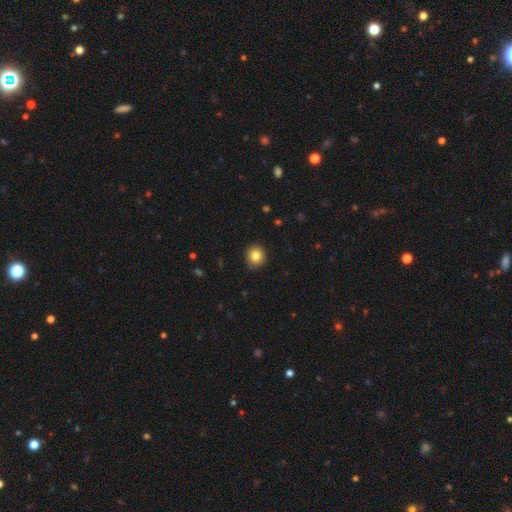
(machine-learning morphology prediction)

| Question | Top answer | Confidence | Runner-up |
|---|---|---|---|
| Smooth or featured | smooth | 82% | star or artifact (10%) |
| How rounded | round | 91% | in between (8%) |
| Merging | none | 90% | minor disturbance (7%) |